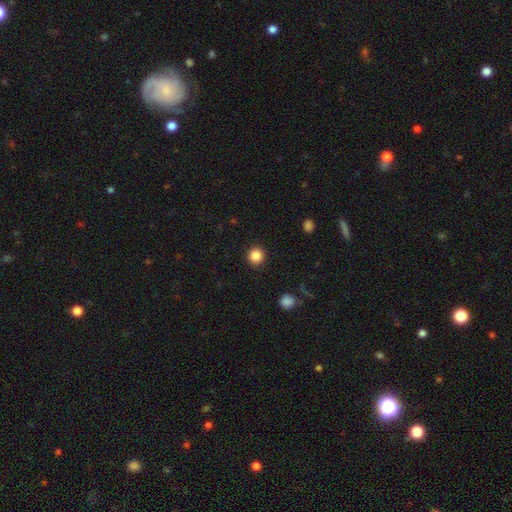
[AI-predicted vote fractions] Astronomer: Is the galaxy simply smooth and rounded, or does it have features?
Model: smooth — 85%.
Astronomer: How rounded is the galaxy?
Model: round — 91%.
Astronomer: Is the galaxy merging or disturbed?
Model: none — 91%.